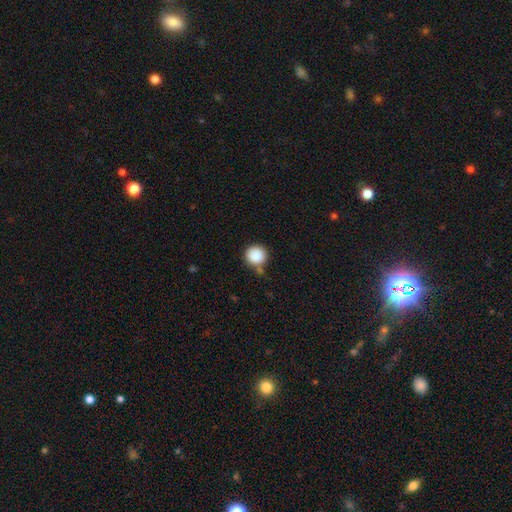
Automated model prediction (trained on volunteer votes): This appears to be a smooth galaxy with no disk features (88%) that is round (92%). Merging: none (73%).